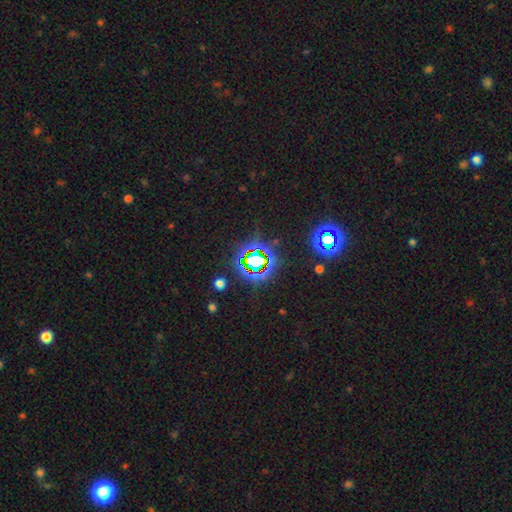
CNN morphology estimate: A star or artifact, not a galaxy (75%).

Vote fractions:
- Smooth or featured? star or artifact: 75% / smooth: 14% / featured or disk: 11%